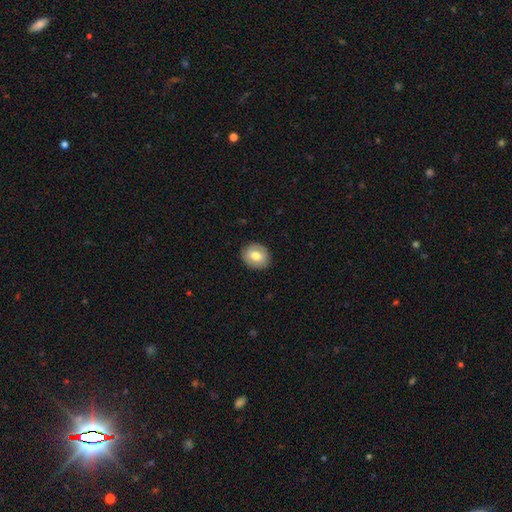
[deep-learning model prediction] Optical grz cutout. It shows a smooth galaxy with no disk features (70%) that is round (67%). Merging: none (89%).